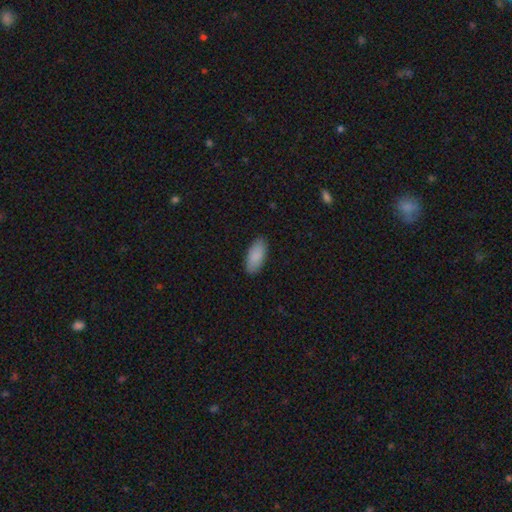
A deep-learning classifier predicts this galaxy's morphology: This is clearly a smooth galaxy (90%). How rounded: clearly in between (90%). Merging: clearly none (88%).